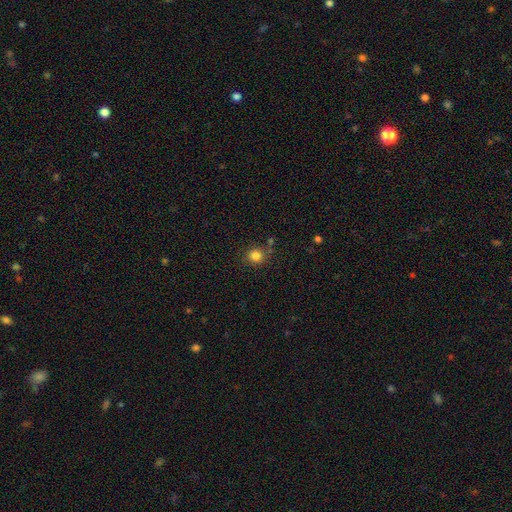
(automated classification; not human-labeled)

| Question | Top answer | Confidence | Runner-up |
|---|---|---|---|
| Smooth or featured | smooth | 83% | star or artifact (12%) |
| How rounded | round | 87% | in between (12%) |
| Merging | none | 78% | minor disturbance (11%) |